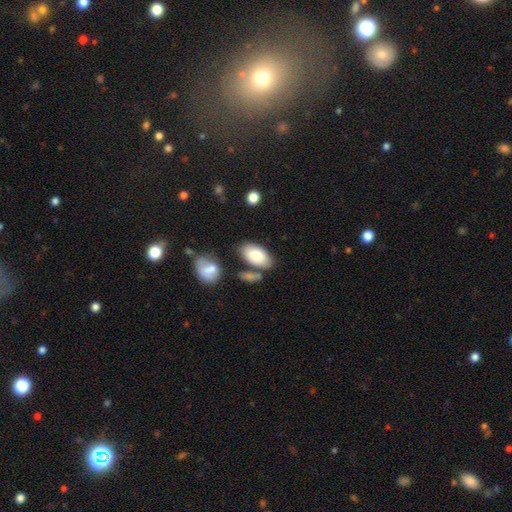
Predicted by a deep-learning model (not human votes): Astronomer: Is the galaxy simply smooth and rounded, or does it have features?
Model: smooth — 80%.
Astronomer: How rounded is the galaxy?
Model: in between — 94%.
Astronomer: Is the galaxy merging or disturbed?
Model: none — 64%.